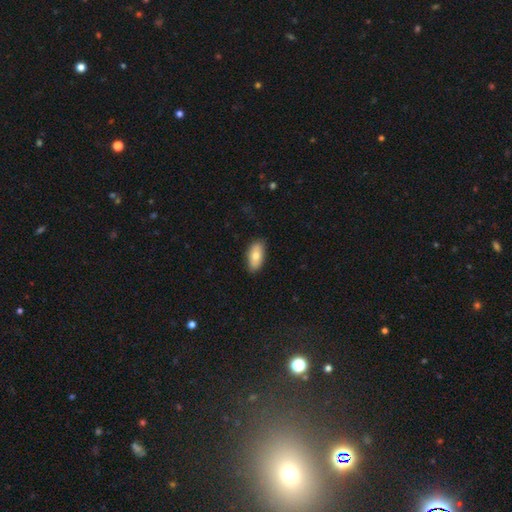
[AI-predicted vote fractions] smooth_or_featured: smooth (p=0.75) [alt: featured or disk p=0.19]
how_rounded: in between (p=0.91) [alt: cigar-shaped p=0.06]
merging: none (p=0.86) [alt: minor disturbance p=0.11]